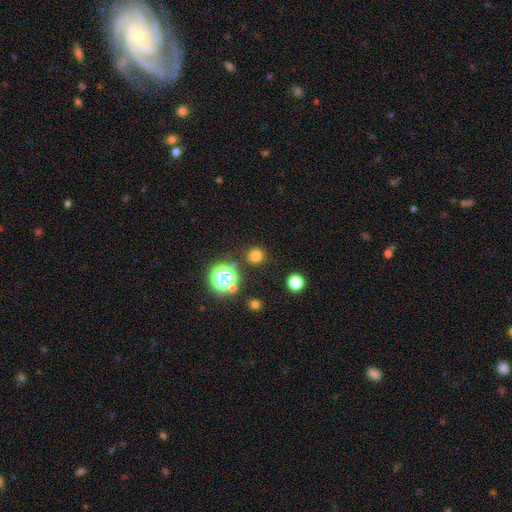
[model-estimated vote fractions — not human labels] smooth 71%, star or artifact 23%, featured or disk 6%. Down the decision tree: how rounded — round (93%); merging — none (86%).